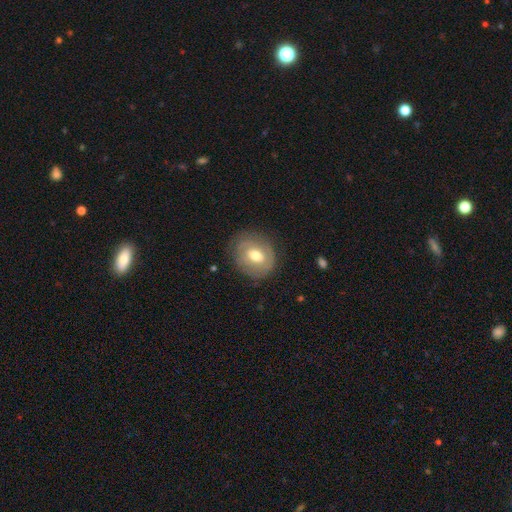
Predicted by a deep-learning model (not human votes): Smooth or featured: smooth — 53% (featured or disk — 39%)
How rounded: round — 63% (in between — 36%)
Merging: none — 77% (minor disturbance — 16%)